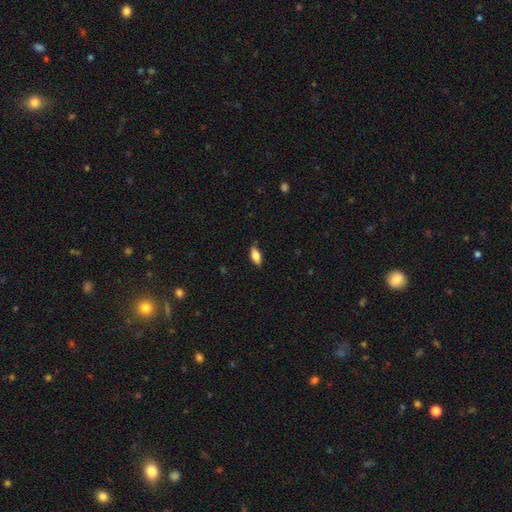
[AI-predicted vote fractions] Overall: smooth (78%). How rounded: in between (85%). Merging: none (85%).